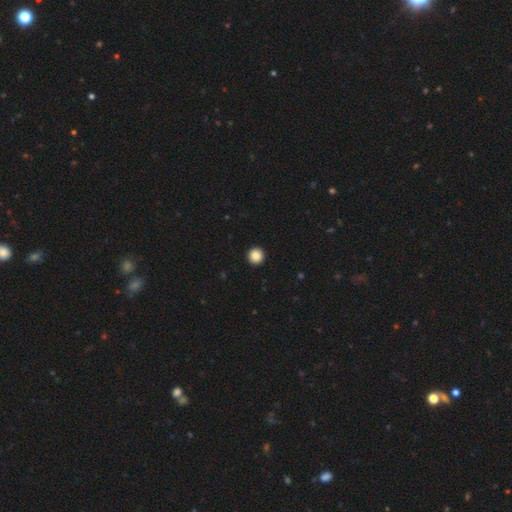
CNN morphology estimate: This appears to be a smooth galaxy with no disk features (88%) that is round (96%). Merging: none (94%).